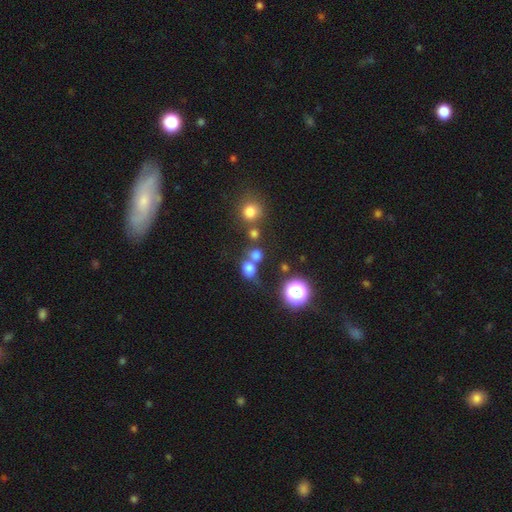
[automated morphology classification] smooth_or_featured: smooth (p=0.71) [alt: star or artifact p=0.20]
how_rounded: round (p=0.75) [alt: in between p=0.24]
merging: none (p=0.50) [alt: merger p=0.35]